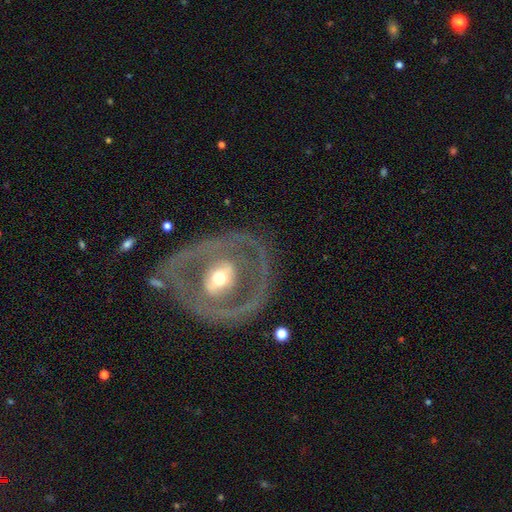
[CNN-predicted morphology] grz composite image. It shows a featured or disk galaxy (78%) with no bar (46%), no spiral arms (59%) and a moderate central bulge (65%). Merging: none (73%).